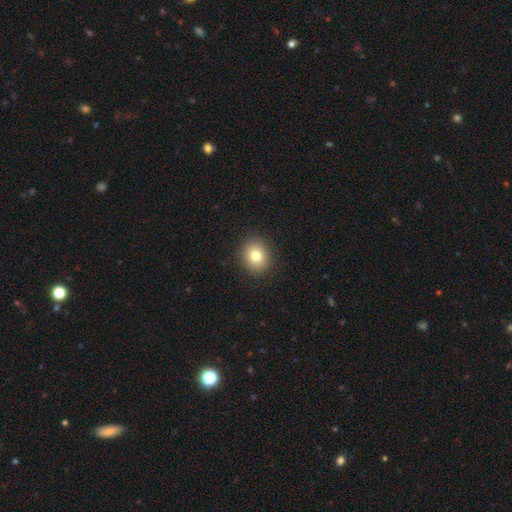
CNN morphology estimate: smooth_or_featured: smooth (p=0.80) [alt: star or artifact p=0.11]
how_rounded: round (p=0.67) [alt: in between p=0.32]
merging: none (p=0.90) [alt: minor disturbance p=0.07]